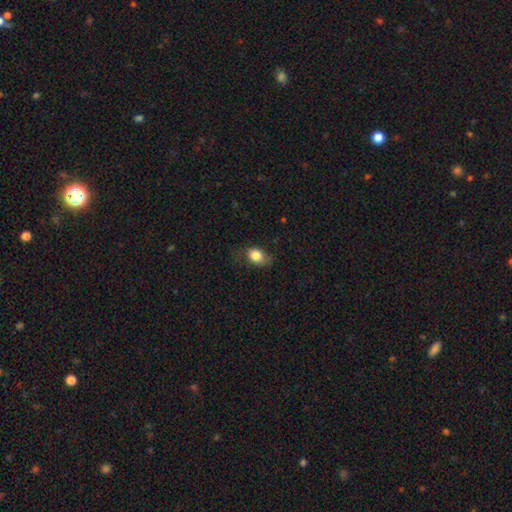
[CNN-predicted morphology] This is clearly a smooth galaxy (82%). How rounded: likely in between (71%). Merging: likely none (62%).